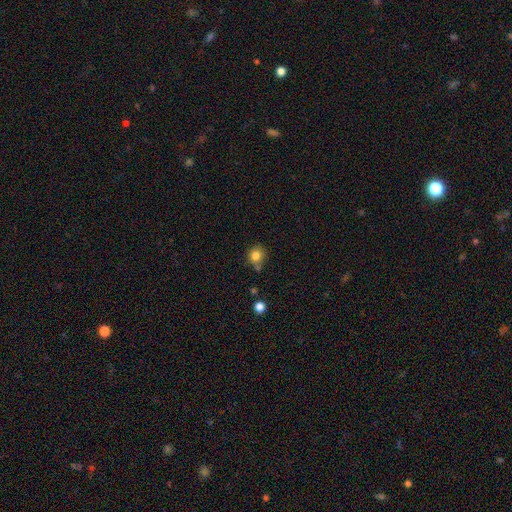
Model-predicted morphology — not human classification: A smooth galaxy with no disk features (81%) that is round (84%).

Vote fractions:
- Smooth or featured? smooth: 81% / star or artifact: 11% / featured or disk: 8%
- How rounded? round: 84% / in between: 15% / cigar-shaped: 1%
- Merging? none: 63% / minor disturbance: 20% / merger: 11% / major disturbance: 5%